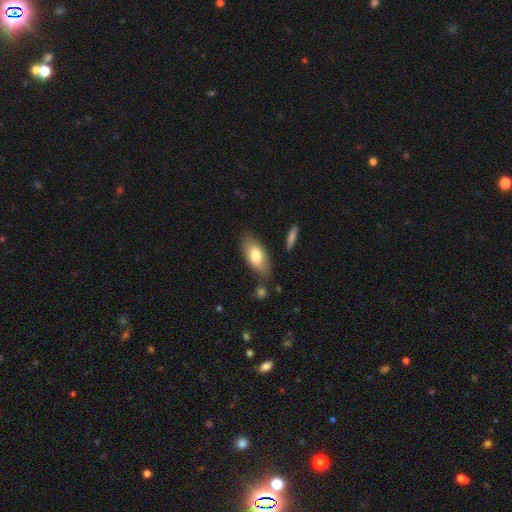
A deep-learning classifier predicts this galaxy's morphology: smooth_or_featured: smooth (p=0.76) [alt: featured or disk p=0.18]
how_rounded: in between (p=0.86) [alt: cigar-shaped p=0.11]
merging: none (p=0.74) [alt: minor disturbance p=0.17]